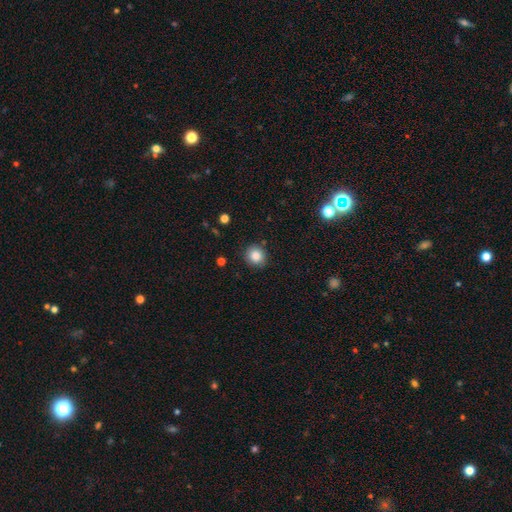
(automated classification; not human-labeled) A smooth galaxy with no disk features (85%) that is round (85%).

Vote fractions:
- Smooth or featured? smooth: 85% / star or artifact: 10% / featured or disk: 5%
- How rounded? round: 85% / in between: 14% / cigar-shaped: 1%
- Merging? none: 87% / minor disturbance: 9% / major disturbance: 2% / merger: 2%